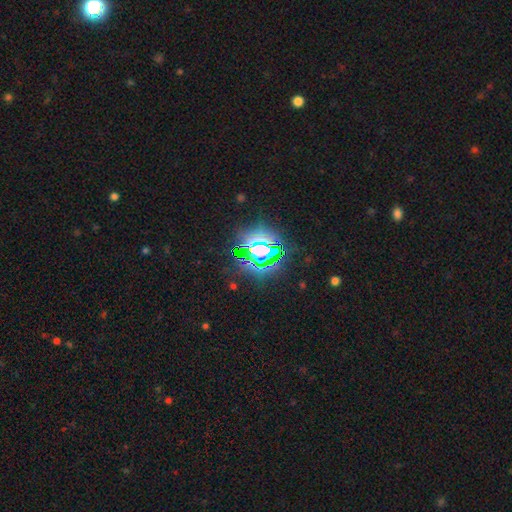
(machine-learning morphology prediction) smooth-or-featured: star or artifact: 71% | smooth: 16% | featured or disk: 13%